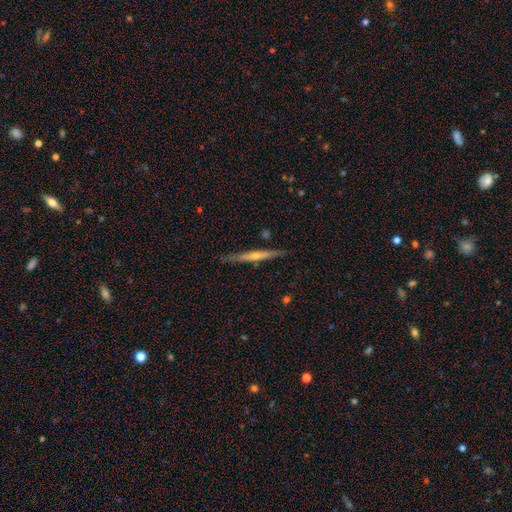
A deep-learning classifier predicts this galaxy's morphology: A featured or disk galaxy (70%) viewed edge-on (97%) with a rounded central bulge (73%).

Vote fractions:
- Smooth or featured? featured or disk: 70% / smooth: 24% / star or artifact: 6%
- Edge-on disk? yes: 97% / no: 3%
- Edge-on bulge? rounded: 73% / none: 22% / boxy: 4%
- Merging? none: 88% / minor disturbance: 9% / merger: 2% / major disturbance: 2%